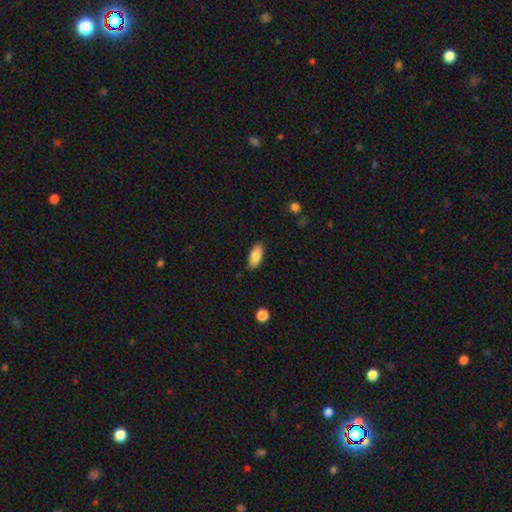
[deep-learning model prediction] This is clearly a smooth galaxy (85%). How rounded: clearly in between (85%). Merging: clearly none (87%).